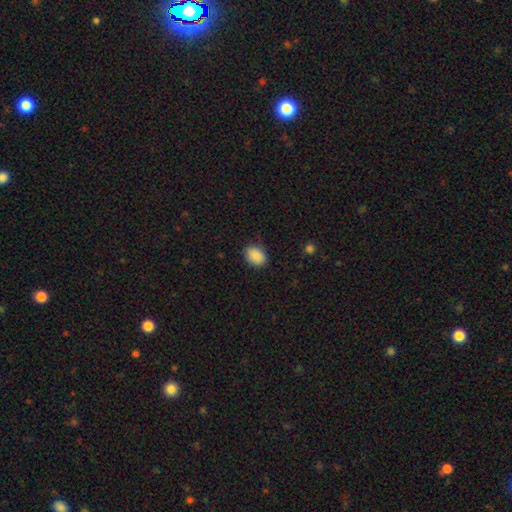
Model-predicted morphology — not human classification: type=smooth (89%); roundness=in between (69%); merging=none (83%).